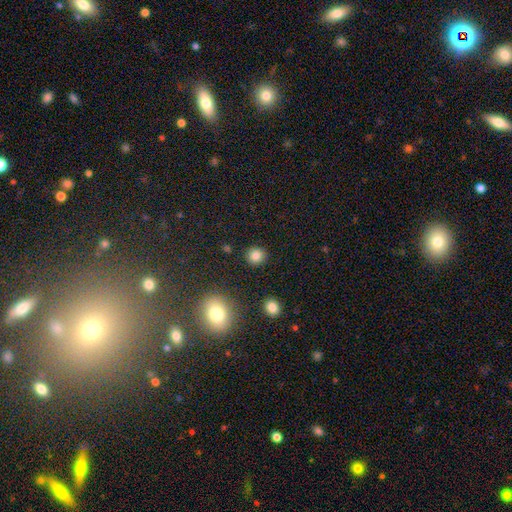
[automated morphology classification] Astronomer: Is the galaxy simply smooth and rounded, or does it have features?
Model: smooth — 84%.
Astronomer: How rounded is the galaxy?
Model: round — 88%.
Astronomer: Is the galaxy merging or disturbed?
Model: none — 89%.